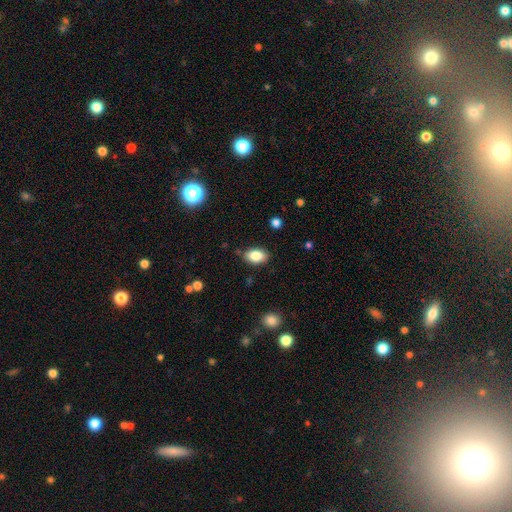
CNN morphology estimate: This is clearly a smooth galaxy (84%). How rounded: clearly in between (89%). Merging: clearly none (83%).